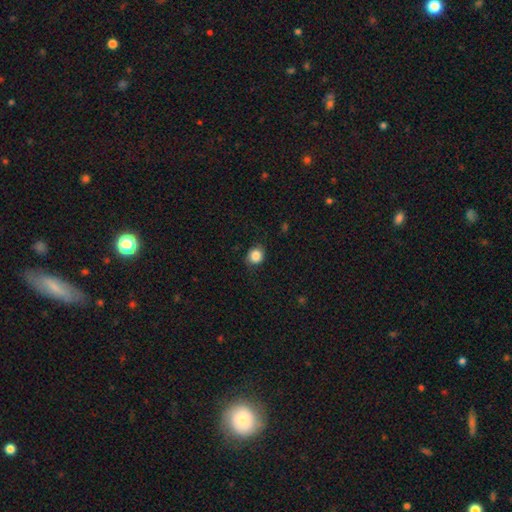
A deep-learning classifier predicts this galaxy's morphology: Smooth or featured?
  - smooth: 85% *
  - star or artifact: 9%
  - featured or disk: 5%
How rounded?
  - round: 76% *
  - in between: 23%
  - cigar-shaped: 1%
Merging?
  - none: 81% *
  - minor disturbance: 14%
  - major disturbance: 3%
  - merger: 1%